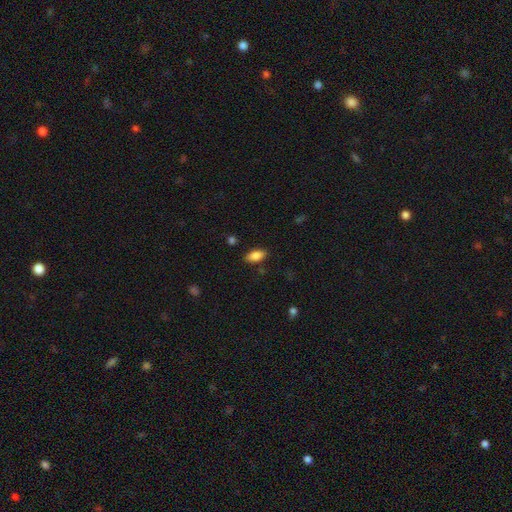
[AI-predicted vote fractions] This appears to be a smooth galaxy with no disk features (85%) that is in between round and cigar-shaped (90%). Merging: none (84%).